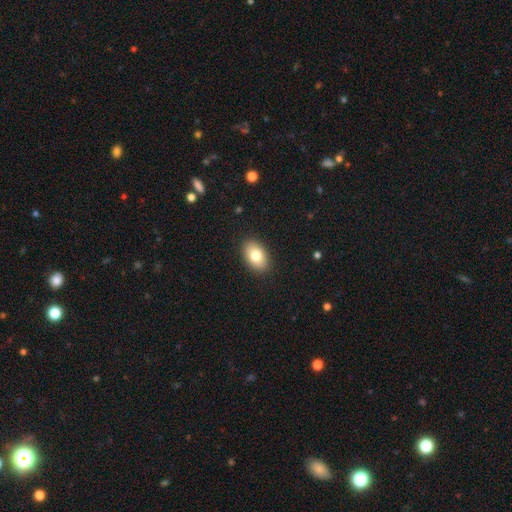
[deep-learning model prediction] Q: Smooth or featured?
A: smooth (80%); runner-up: featured or disk (13%)
Q: How rounded?
A: in between (90%); runner-up: round (9%)
Q: Merging?
A: none (89%); runner-up: minor disturbance (8%)